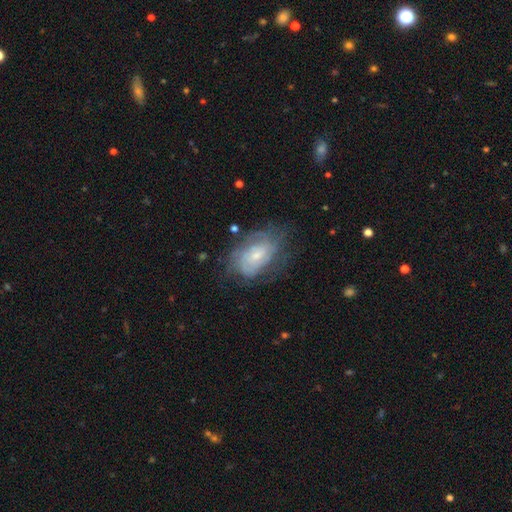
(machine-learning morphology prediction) This appears to be a featured or disk galaxy (64%) with no bar (68%), spiral arms (77%) and a small central bulge (63%). Merging: none (60%).